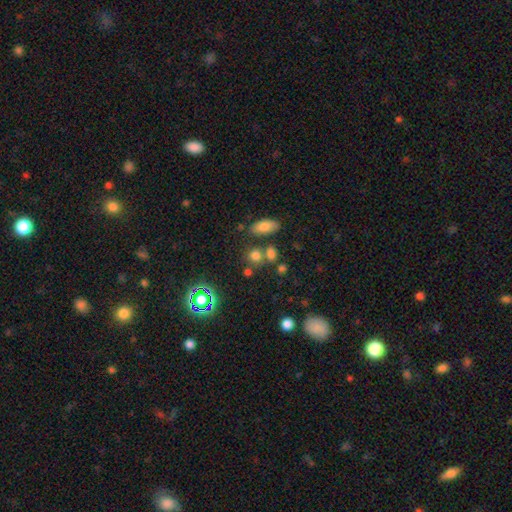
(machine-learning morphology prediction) The model was most divided on "merging": none: 64%, merger: 21%, minor disturbance: 11%, major disturbance: 4%. More confident: how rounded — round (74%); smooth or featured — smooth (73%).